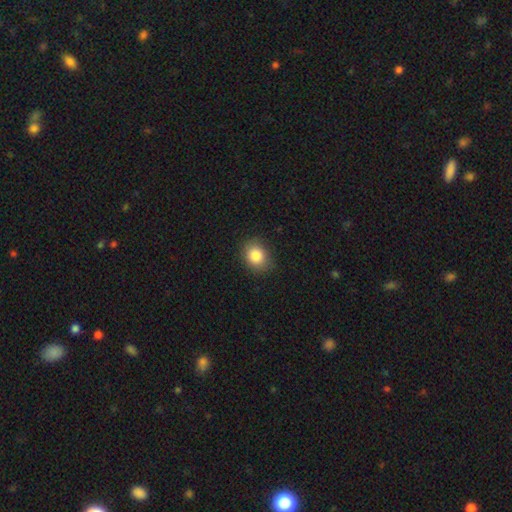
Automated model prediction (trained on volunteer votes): A smooth galaxy with no disk features (84%) that is round (53%).

Vote fractions:
- Smooth or featured? smooth: 84% / star or artifact: 9% / featured or disk: 7%
- How rounded? round: 53% / in between: 46% / cigar-shaped: 1%
- Merging? none: 83% / minor disturbance: 13% / major disturbance: 3% / merger: 1%